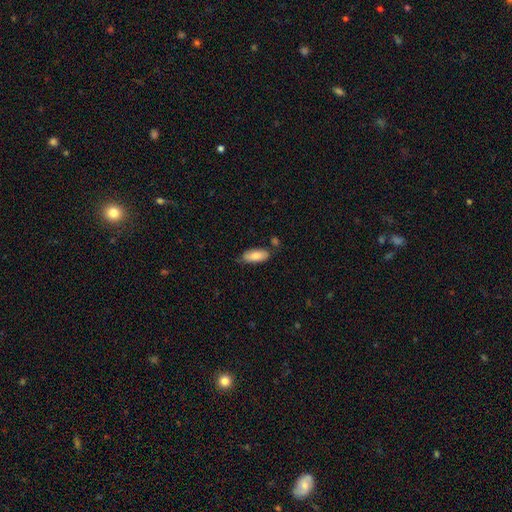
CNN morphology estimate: type=smooth (81%); roundness=in between (84%); merging=none (72%).